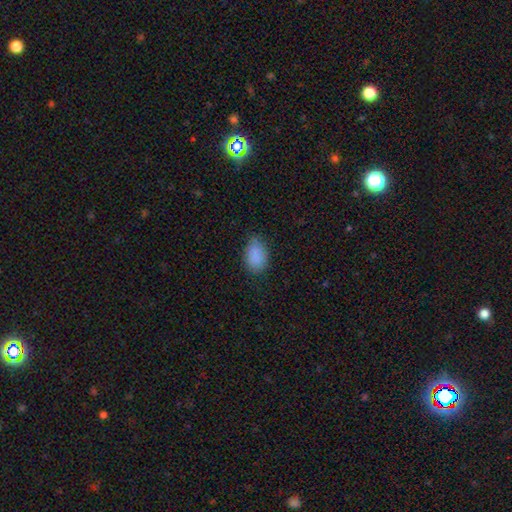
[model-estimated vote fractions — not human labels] smooth_or_featured: smooth (p=0.87) [alt: star or artifact p=0.08]
how_rounded: in between (p=0.86) [alt: round p=0.13]
merging: none (p=0.74) [alt: minor disturbance p=0.21]